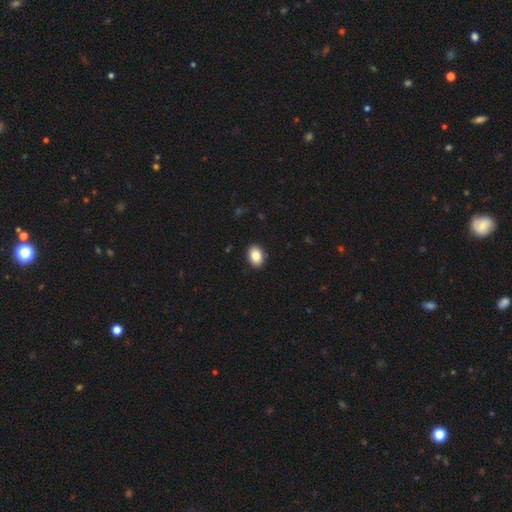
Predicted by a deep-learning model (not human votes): A smooth galaxy with no disk features (85%) that is in between round and cigar-shaped (70%).

Vote fractions:
- Smooth or featured? smooth: 85% / star or artifact: 8% / featured or disk: 7%
- How rounded? in between: 70% / round: 29% / cigar-shaped: 1%
- Merging? none: 91% / minor disturbance: 6% / major disturbance: 2% / merger: 1%